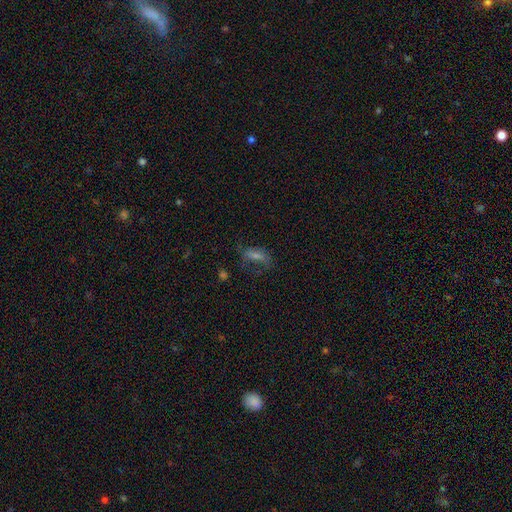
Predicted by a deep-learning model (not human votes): Overall: smooth (40%; featured or disk 35%). Merging: none (51%; major disturbance 25%).